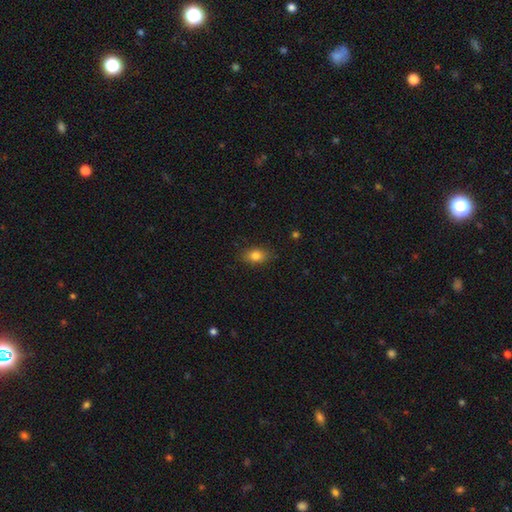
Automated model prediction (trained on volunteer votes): Q: Smooth or featured?
A: smooth (81%); runner-up: star or artifact (10%)
Q: How rounded?
A: in between (80%); runner-up: round (17%)
Q: Merging?
A: none (84%); runner-up: minor disturbance (12%)